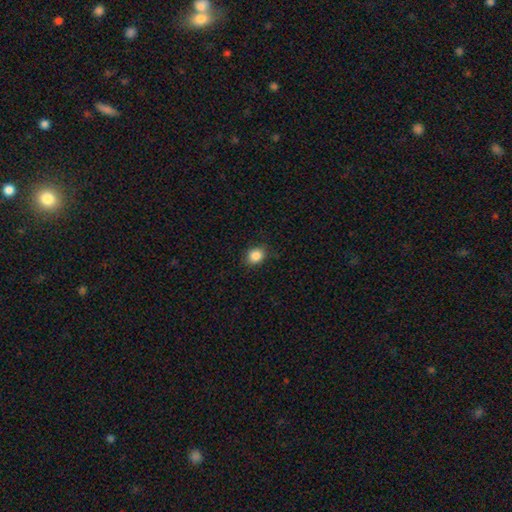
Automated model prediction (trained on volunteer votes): smooth_or_featured: smooth (p=0.87) [alt: star or artifact p=0.10]
how_rounded: round (p=0.63) [alt: in between p=0.36]
merging: none (p=0.85) [alt: minor disturbance p=0.11]